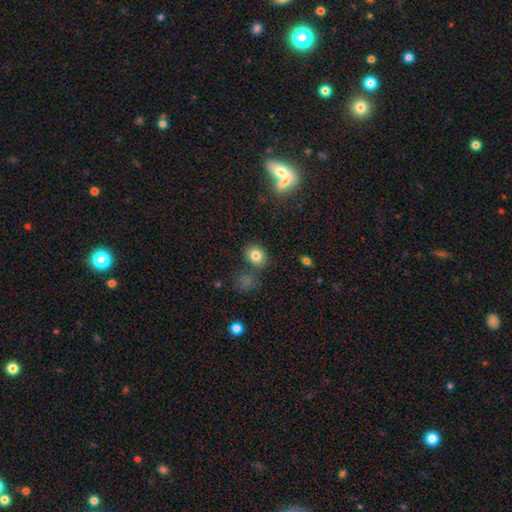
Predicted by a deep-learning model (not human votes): smooth-or-featured: smooth: 80% | star or artifact: 11% | featured or disk: 8%
  how-rounded: round: 52% | in between: 47% | cigar-shaped: 1%
  merging: none: 78% | minor disturbance: 12% | merger: 7% | major disturbance: 4%